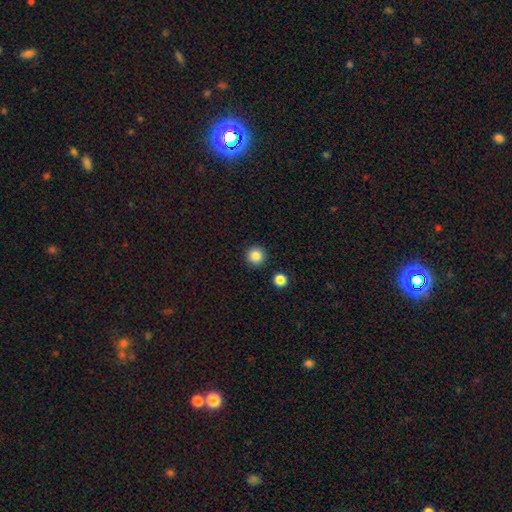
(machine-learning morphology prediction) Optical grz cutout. It shows a smooth galaxy with no disk features (86%) that is round (96%). Merging: none (92%).